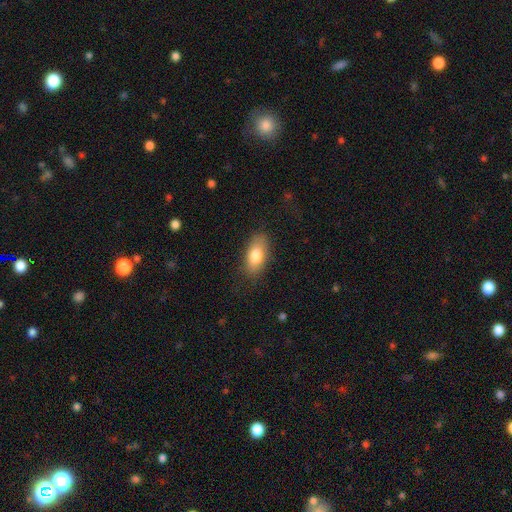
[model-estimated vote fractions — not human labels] This is clearly a smooth galaxy (80%). How rounded: clearly in between (89%). Merging: likely none (79%).